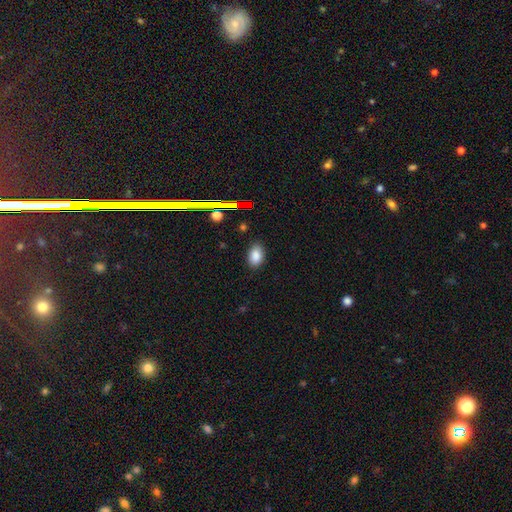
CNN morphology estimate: type=smooth (84%); roundness=in between (89%); merging=none (86%).